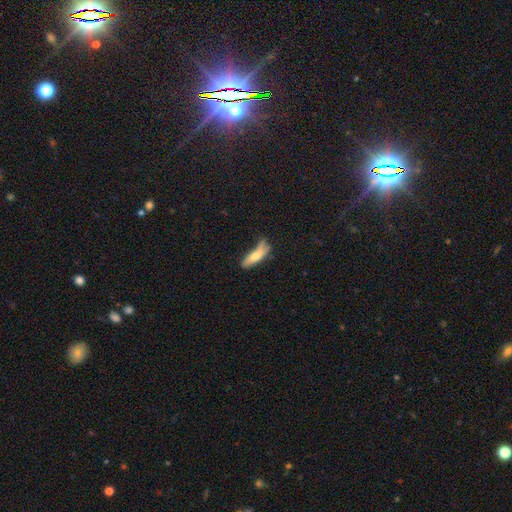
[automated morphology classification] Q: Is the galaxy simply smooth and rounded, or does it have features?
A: smooth — 68%.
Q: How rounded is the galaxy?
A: cigar-shaped — 60%.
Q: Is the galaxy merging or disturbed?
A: none — 46%.